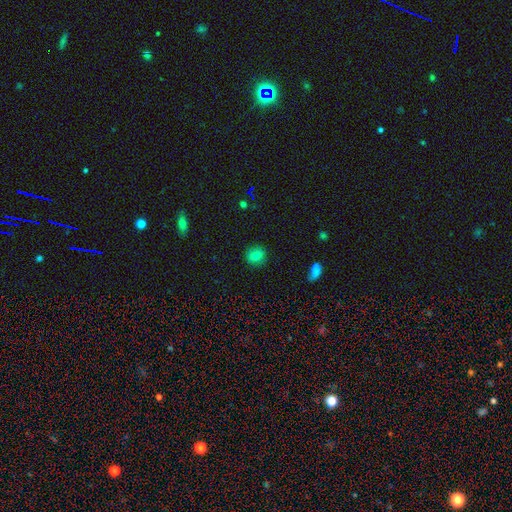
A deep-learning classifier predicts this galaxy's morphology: The model was most divided on "smooth or featured": smooth: 78%, star or artifact: 13%, featured or disk: 10%. More confident: merging — none (89%); how rounded — round (84%).